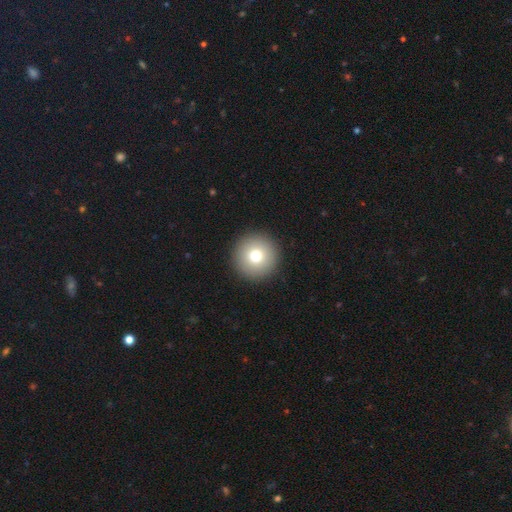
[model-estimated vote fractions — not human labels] Morphology: type=smooth (76%); roundness=round (97%); merging=none (93%).